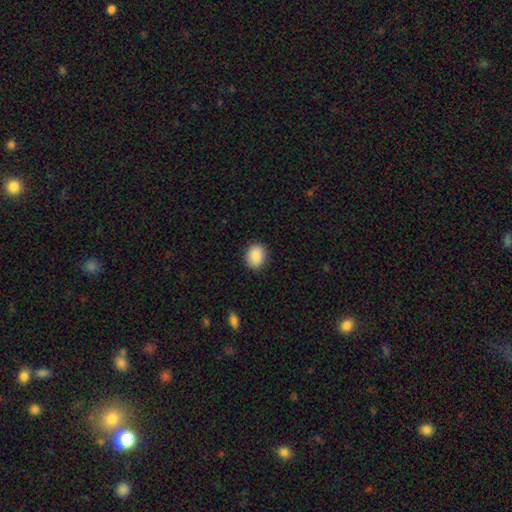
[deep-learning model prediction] A smooth galaxy with no disk features (88%) that is round (54%). Merging: none (89%).